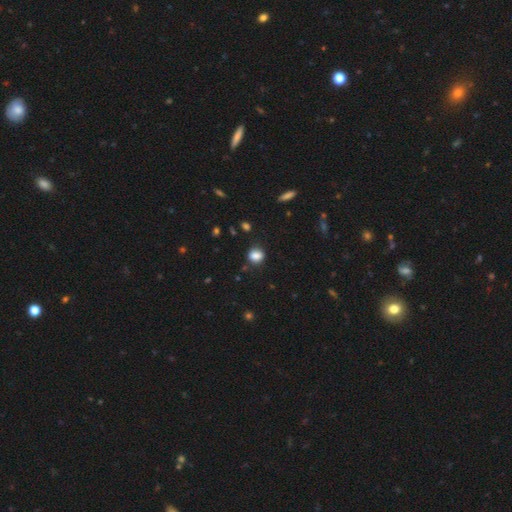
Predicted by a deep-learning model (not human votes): This is clearly a smooth galaxy (84%). How rounded: possibly round (52%). Merging: likely none (75%).